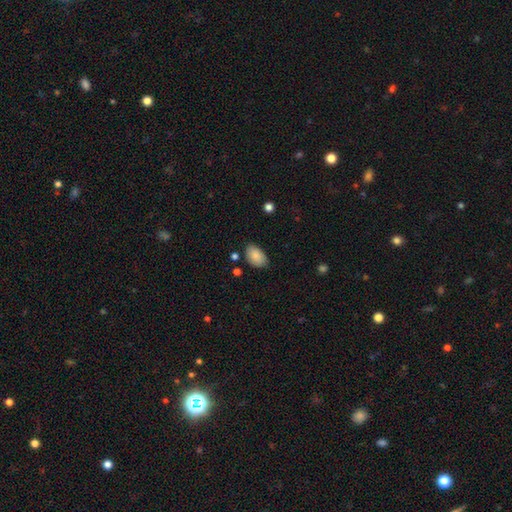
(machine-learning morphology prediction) This appears to be a smooth galaxy with no disk features (87%) that is in between round and cigar-shaped (92%). Merging: none (77%).